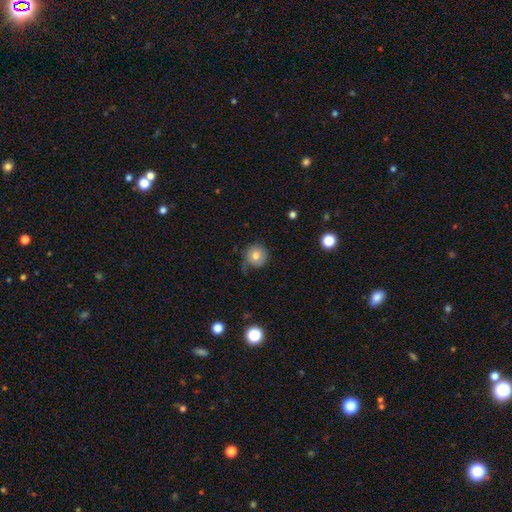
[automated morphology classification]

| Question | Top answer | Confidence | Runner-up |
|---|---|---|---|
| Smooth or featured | smooth | 75% | featured or disk (16%) |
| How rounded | round | 90% | in between (9%) |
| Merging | none | 62% | minor disturbance (25%) |